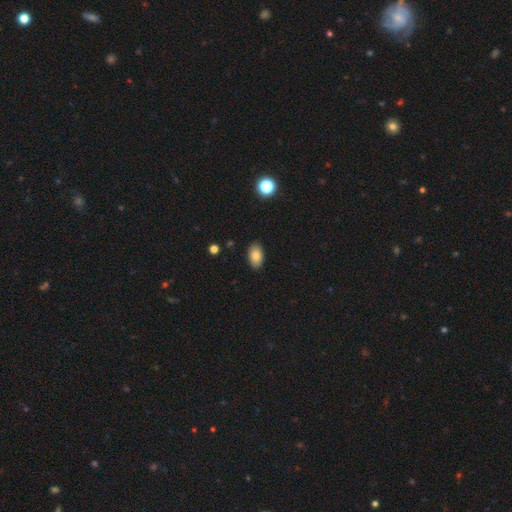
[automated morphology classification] smooth_or_featured: smooth (p=0.83) [alt: featured or disk p=0.09]
how_rounded: in between (p=0.92) [alt: round p=0.06]
merging: none (p=0.88) [alt: minor disturbance p=0.09]